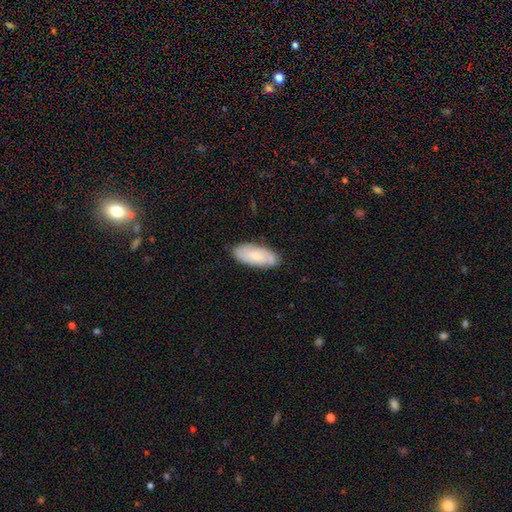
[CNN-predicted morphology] smooth 66%, featured or disk 28%, star or artifact 6%. Down the decision tree: how rounded — in between (85%); merging — none (80%).